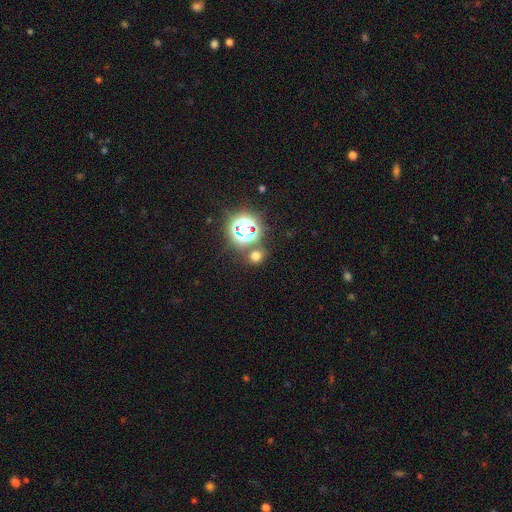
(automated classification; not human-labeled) This appears to be a smooth galaxy with no disk features (58%) that is round (77%). Merging: none (77%).